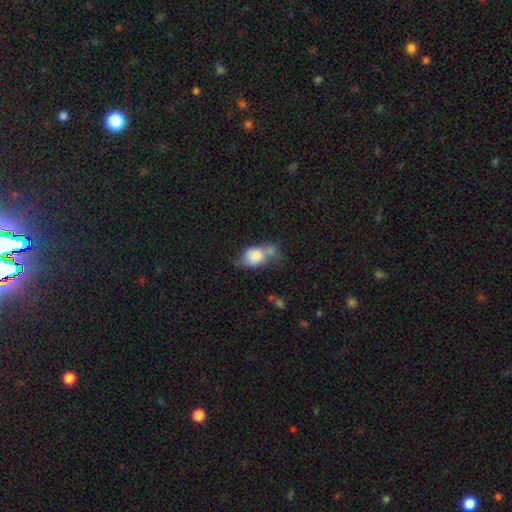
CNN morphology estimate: smooth-or-featured: smooth: 72% | featured or disk: 20% | star or artifact: 8%
  how-rounded: in between: 74% | round: 24% | cigar-shaped: 3%
  merging: merger: 36% | none: 27% | minor disturbance: 23% | major disturbance: 14%